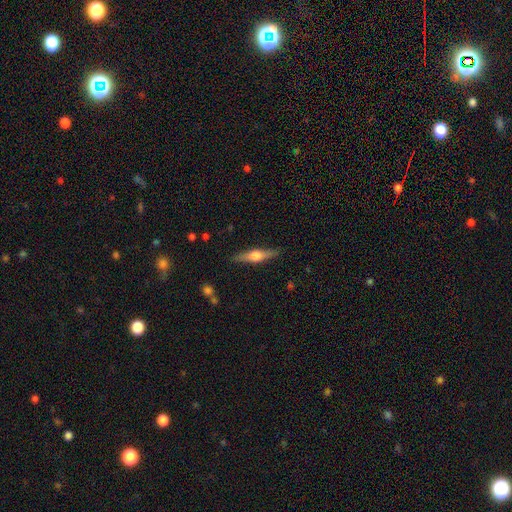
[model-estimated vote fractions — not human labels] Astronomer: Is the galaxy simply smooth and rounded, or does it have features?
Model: featured or disk — 60%.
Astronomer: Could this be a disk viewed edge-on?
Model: yes — 96%.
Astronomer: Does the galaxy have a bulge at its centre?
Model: rounded — 92%.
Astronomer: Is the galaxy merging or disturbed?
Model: none — 88%.